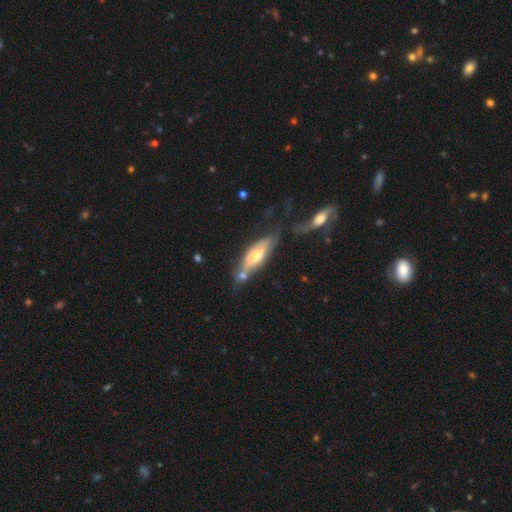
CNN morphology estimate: A featured or disk galaxy (51%) with not edge-on (50%, tied with yes).

Vote fractions:
- Smooth or featured? featured or disk: 51% / smooth: 43% / star or artifact: 6%
- Edge-on disk? no: 50% (tied) / yes: 50% (tied)
- Merging? none: 41% / merger: 24% / minor disturbance: 22% / major disturbance: 13%